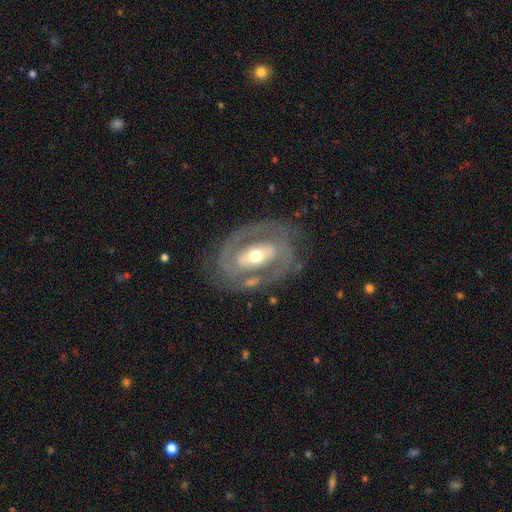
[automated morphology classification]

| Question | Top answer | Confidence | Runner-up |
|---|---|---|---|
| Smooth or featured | featured or disk | 80% | smooth (15%) |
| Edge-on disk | no | 95% | yes (5%) |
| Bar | strong | 38% | weak (31%) |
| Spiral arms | yes | 70% | no (30%) |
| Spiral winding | tight | 49% | medium (37%) |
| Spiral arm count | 2 | 76% | can't tell (13%) |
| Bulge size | moderate | 68% | small (20%) |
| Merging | none | 73% | minor disturbance (15%) |